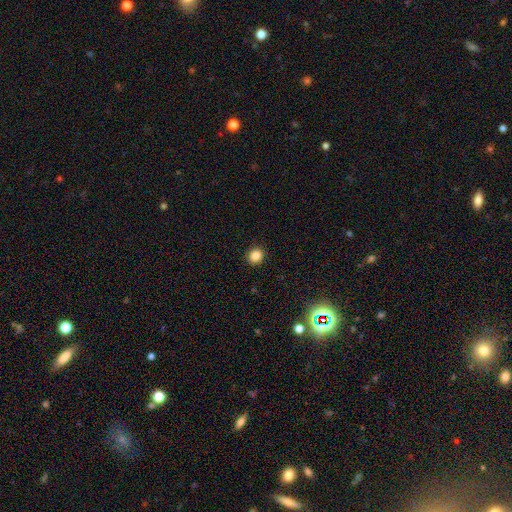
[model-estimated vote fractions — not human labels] smooth 83%, star or artifact 12%, featured or disk 5%. Down the decision tree: how rounded — round (86%); merging — none (93%).